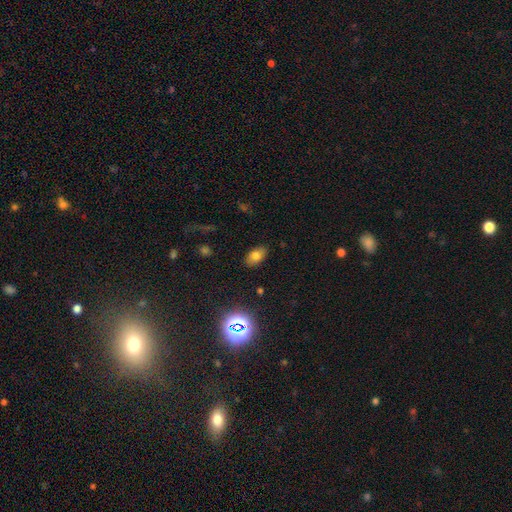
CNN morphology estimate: Overall: smooth (75%). How rounded: in between (90%). Merging: none (84%).